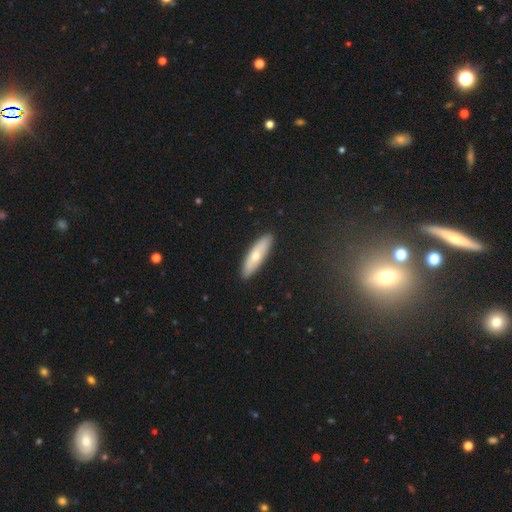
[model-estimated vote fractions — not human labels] Q: Smooth or featured?
A: smooth (60%); runner-up: featured or disk (34%)
Q: How rounded?
A: cigar-shaped (64%); runner-up: in between (34%)
Q: Merging?
A: none (90%); runner-up: minor disturbance (7%)